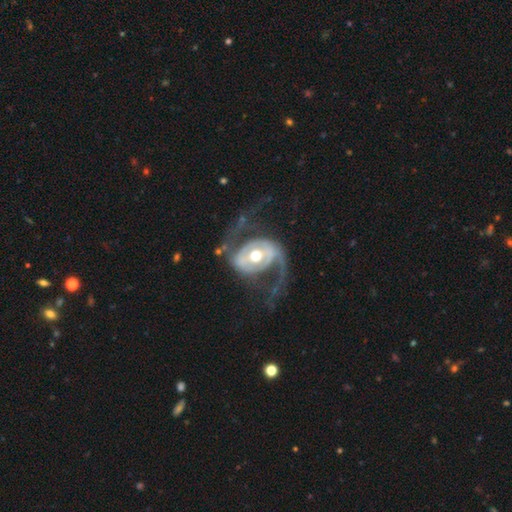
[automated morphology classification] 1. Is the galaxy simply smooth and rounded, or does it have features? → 89% featured or disk, 7% smooth, 4% star or artifact.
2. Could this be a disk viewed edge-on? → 97% no, 3% yes.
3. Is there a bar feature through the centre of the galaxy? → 43% no, 32% weak, 26% strong.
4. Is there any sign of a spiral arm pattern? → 93% yes, 7% no.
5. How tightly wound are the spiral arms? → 51% loose, 39% medium, 10% tight.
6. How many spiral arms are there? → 90% 2, 4% 1, 2% can't tell, 1% 3, 1% 4, 1% more than 4.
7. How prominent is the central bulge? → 73% moderate, 15% large, 9% small, 2% dominant, 1% none.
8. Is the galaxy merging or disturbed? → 59% none, 24% major disturbance, 15% minor disturbance, 3% merger.